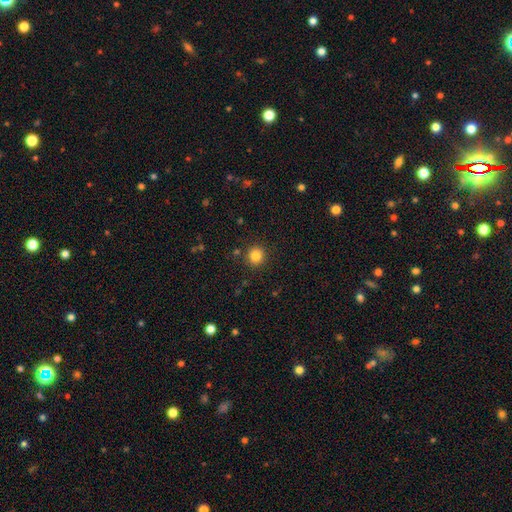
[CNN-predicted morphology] This appears to be a smooth galaxy with no disk features (84%) that is round (92%). Merging: none (90%).